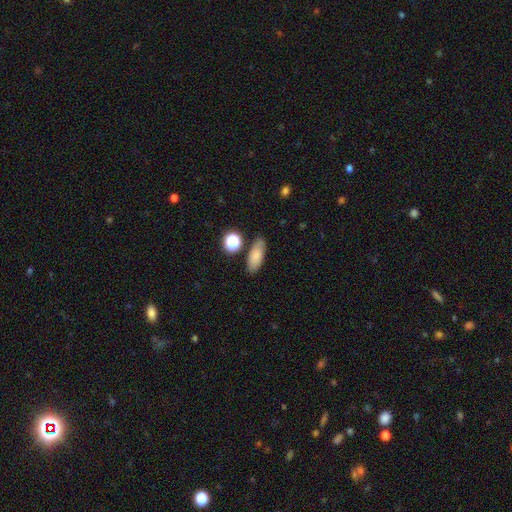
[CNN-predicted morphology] smooth-or-featured: smooth: 80% | featured or disk: 11% | star or artifact: 10%
  how-rounded: in between: 74% | cigar-shaped: 20% | round: 7%
  merging: none: 79% | minor disturbance: 12% | merger: 5% | major disturbance: 3%